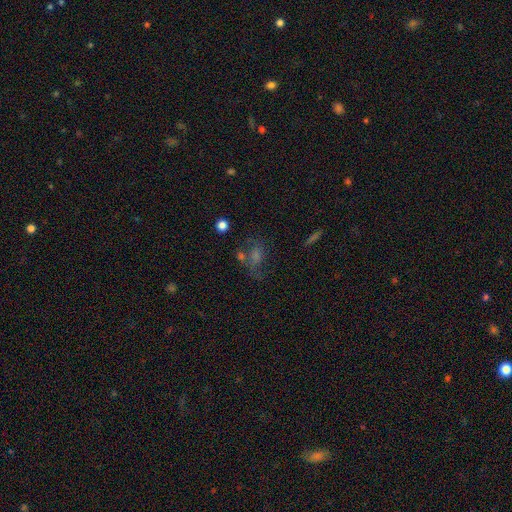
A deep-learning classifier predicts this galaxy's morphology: smooth 36%, star or artifact 32%, featured or disk 32%. Down the decision tree: merging — none (48%).